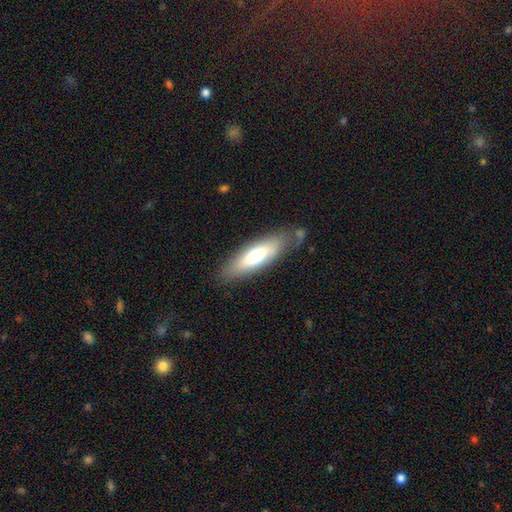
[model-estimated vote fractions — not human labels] Morphology: type=smooth (65%); roundness=in between (53%); merging=none (75%).